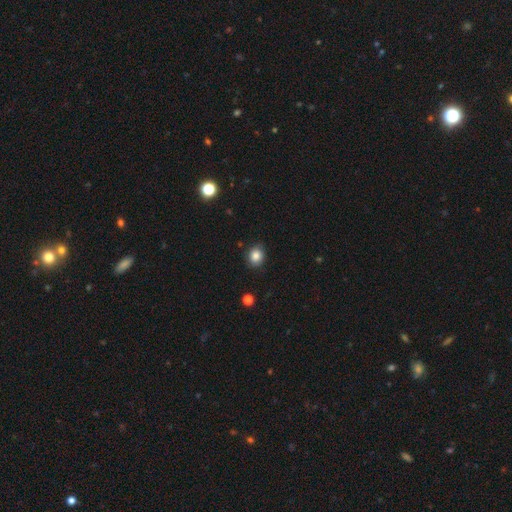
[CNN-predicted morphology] A smooth galaxy with no disk features (83%) that is round (64%). Merging: none (83%).